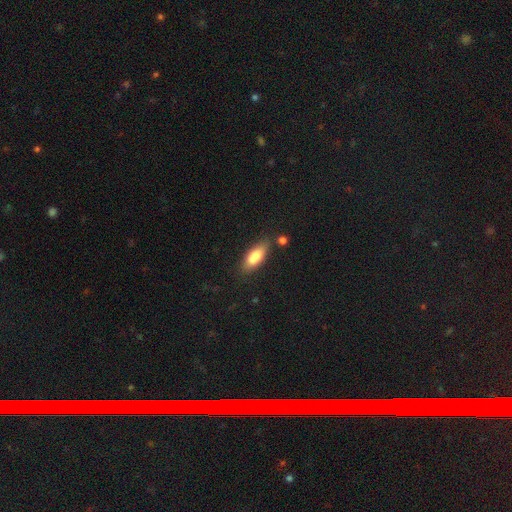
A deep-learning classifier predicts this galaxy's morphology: This appears to be a smooth galaxy with no disk features (76%) that is in between round and cigar-shaped (70%). Merging: none (69%).